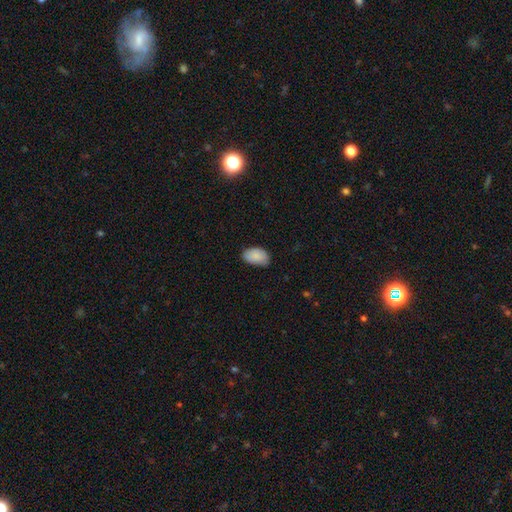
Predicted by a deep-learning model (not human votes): Smooth or featured? Predicted: smooth (p=0.87). How rounded? Predicted: in between (p=0.92). Merging? Predicted: none (p=0.71).